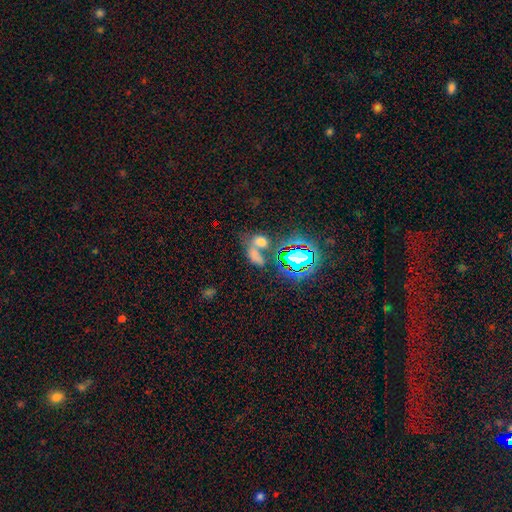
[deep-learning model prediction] smooth-or-featured: smooth: 53% | star or artifact: 33% | featured or disk: 14%
  how-rounded: in between: 76% | round: 19% | cigar-shaped: 4%
  merging: merger: 54% | none: 27% | major disturbance: 10% | minor disturbance: 10%